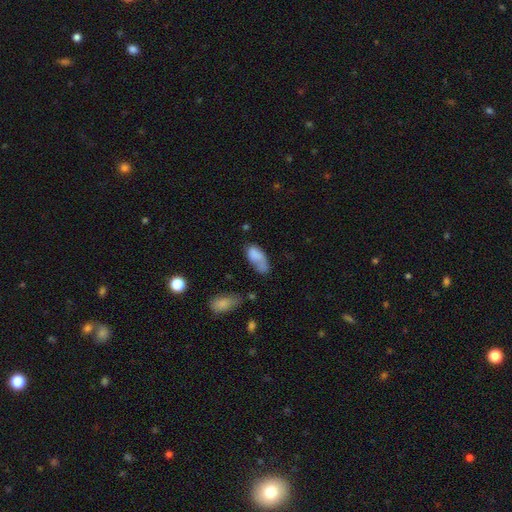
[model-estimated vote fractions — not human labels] This is likely a smooth galaxy (76%). How rounded: clearly in between (89%). Merging: marginally none (37%).